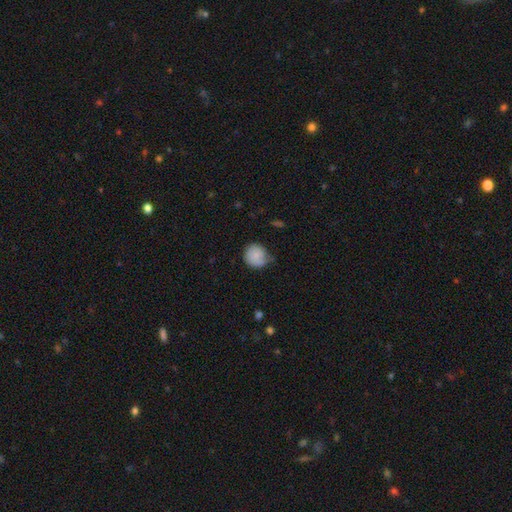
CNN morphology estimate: This is clearly a smooth galaxy (83%). How rounded: clearly round (85%). Merging: possibly none (56%).